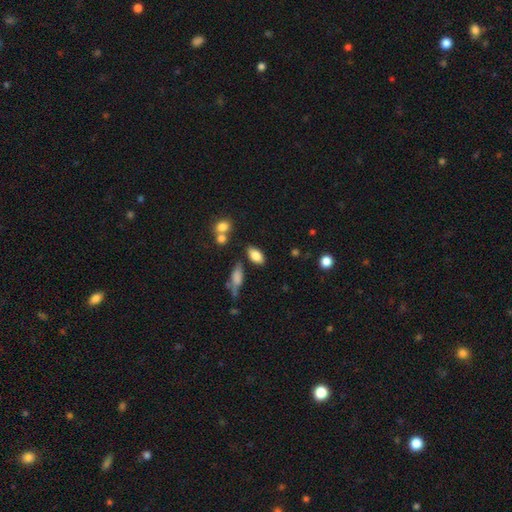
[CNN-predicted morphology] Smooth or featured?
  - smooth: 80% *
  - featured or disk: 11%
  - star or artifact: 9%
How rounded?
  - in between: 89% *
  - cigar-shaped: 6%
  - round: 5%
Merging?
  - none: 76% *
  - minor disturbance: 13%
  - merger: 7%
  - major disturbance: 4%